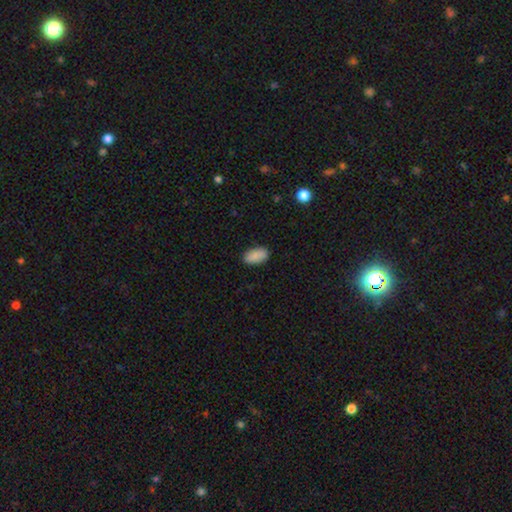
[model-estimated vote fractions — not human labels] smooth_or_featured: smooth (p=0.89) [alt: star or artifact p=0.07]
how_rounded: in between (p=0.94) [alt: round p=0.03]
merging: none (p=0.87) [alt: minor disturbance p=0.10]